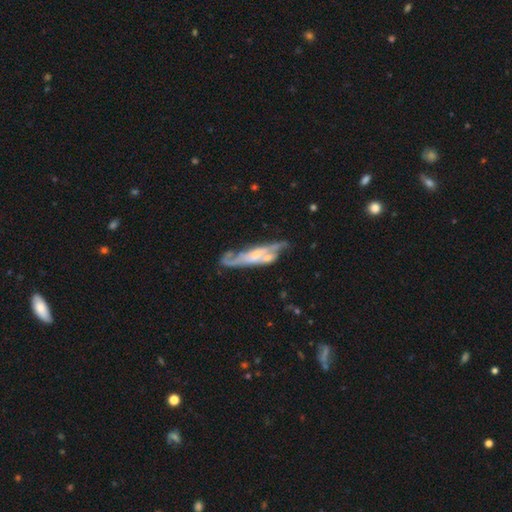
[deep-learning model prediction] This appears to be a featured or disk galaxy (77%) with no bar (45%), spiral arms (87%) and a small central bulge (48%). Merging: none (51%).